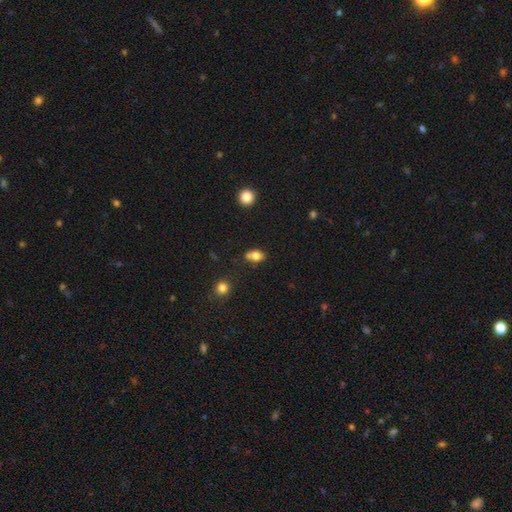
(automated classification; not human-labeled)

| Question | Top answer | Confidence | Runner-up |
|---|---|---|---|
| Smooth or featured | smooth | 77% | featured or disk (12%) |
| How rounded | in between | 70% | round (28%) |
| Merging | none | 54% | merger (26%) |